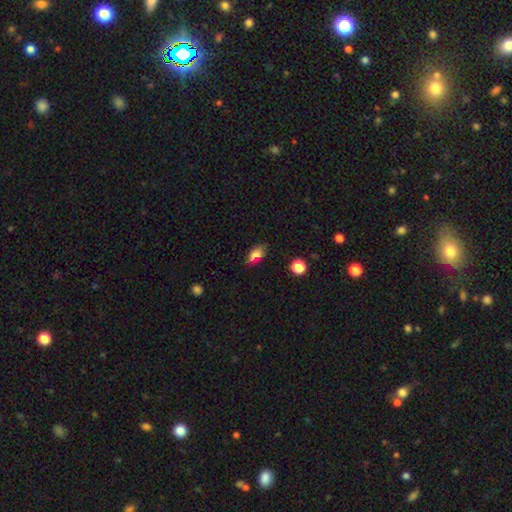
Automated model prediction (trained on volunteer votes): Q: Smooth or featured?
A: smooth (74%); runner-up: star or artifact (15%)
Q: How rounded?
A: in between (82%); runner-up: cigar-shaped (10%)
Q: Merging?
A: none (79%); runner-up: minor disturbance (14%)